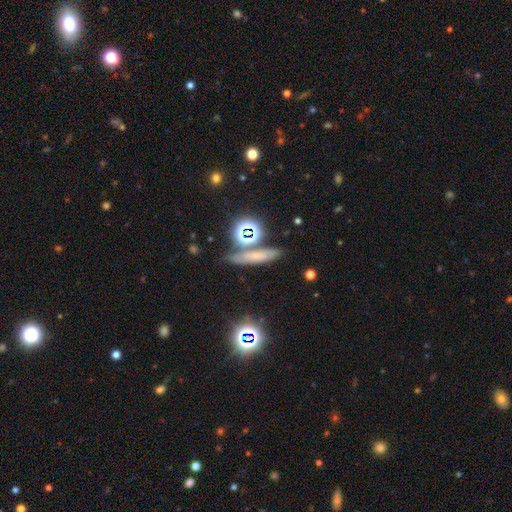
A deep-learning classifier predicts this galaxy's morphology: This is possibly a smooth galaxy (52%). How rounded: likely cigar-shaped (70%). Merging: likely none (73%).